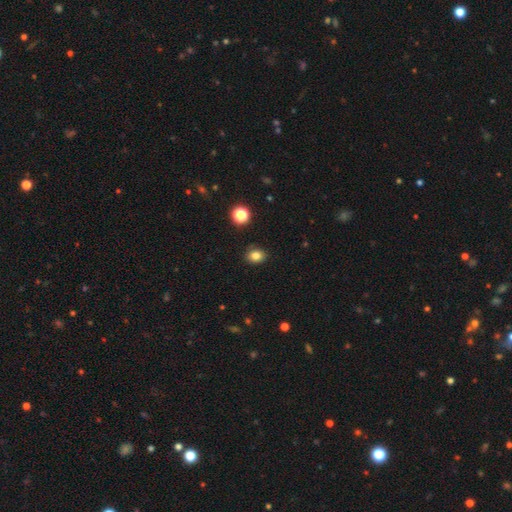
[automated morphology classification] smooth-or-featured: smooth: 82% | star or artifact: 12% | featured or disk: 6%
  how-rounded: round: 50% | in between: 49% | cigar-shaped: 1%
  merging: none: 87% | minor disturbance: 9% | major disturbance: 2% | merger: 2%